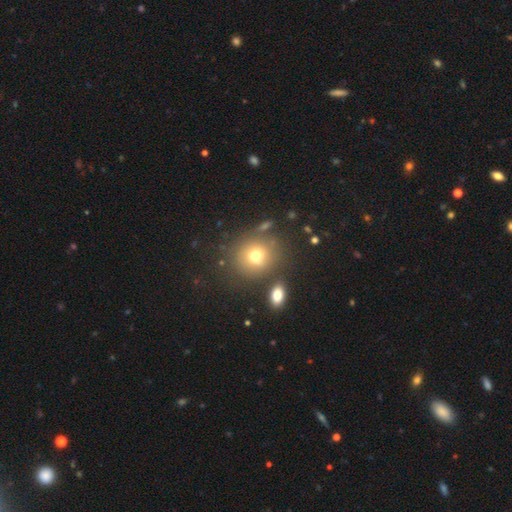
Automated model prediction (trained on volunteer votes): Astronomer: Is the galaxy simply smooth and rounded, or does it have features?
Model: smooth — 73%.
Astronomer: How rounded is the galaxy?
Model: round — 79%.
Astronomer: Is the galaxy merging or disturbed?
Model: none — 71%.